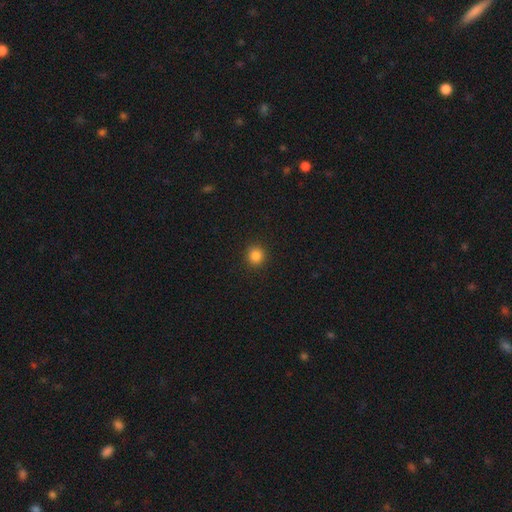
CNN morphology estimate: This is clearly a smooth galaxy (85%). How rounded: clearly round (93%). Merging: clearly none (92%).